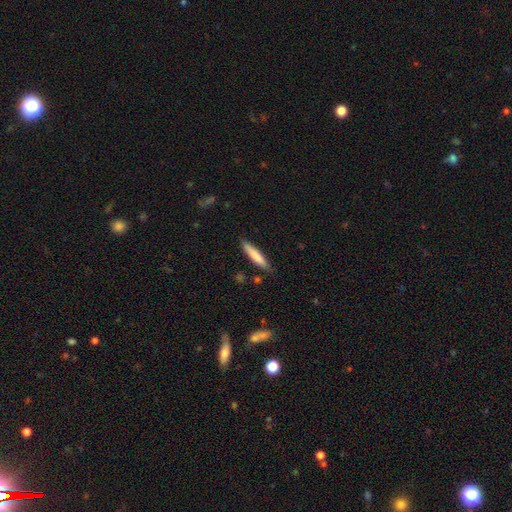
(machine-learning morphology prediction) A smooth galaxy with no disk features (79%) that is cigar-shaped (88%). Merging: none (84%).